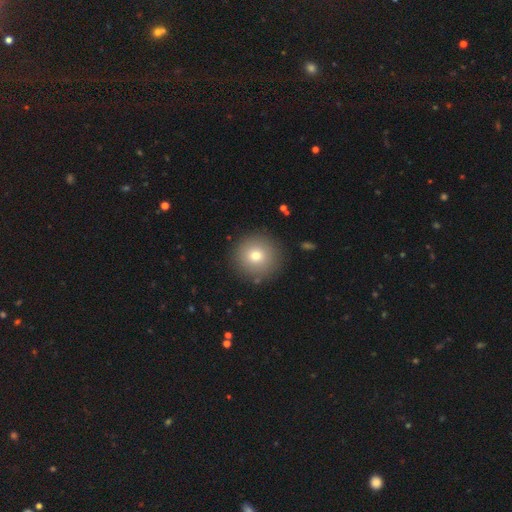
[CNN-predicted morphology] Overall: smooth (76%). How rounded: round (95%). Merging: none (89%).